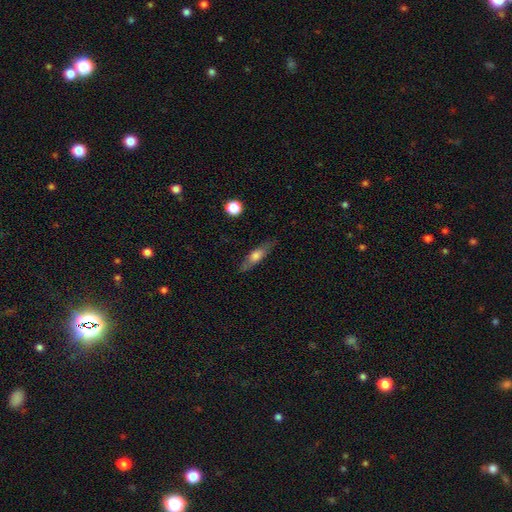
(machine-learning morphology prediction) Overall: smooth (52%; featured or disk 41%). How rounded: cigar-shaped (58%; in between 38%). Merging: none (80%).